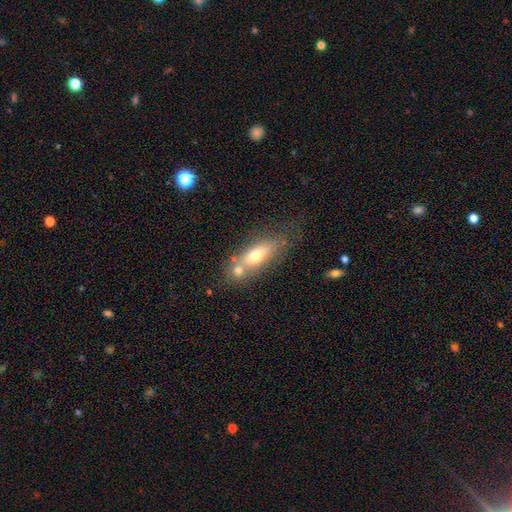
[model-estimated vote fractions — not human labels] A smooth galaxy with no disk features (62%) that is in between round and cigar-shaped (64%).

Vote fractions:
- Smooth or featured? smooth: 62% / featured or disk: 29% / star or artifact: 9%
- How rounded? in between: 64% / cigar-shaped: 31% / round: 5%
- Merging? none: 44% / merger: 32% / minor disturbance: 16% / major disturbance: 7%